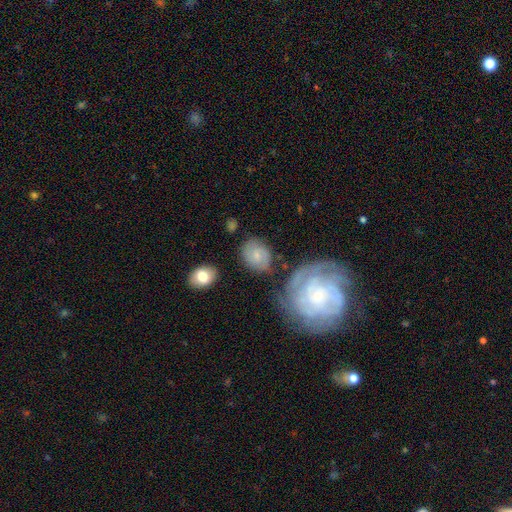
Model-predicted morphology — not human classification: featured or disk 46%, smooth 45%, star or artifact 9%. Down the decision tree: merging — none (73%).